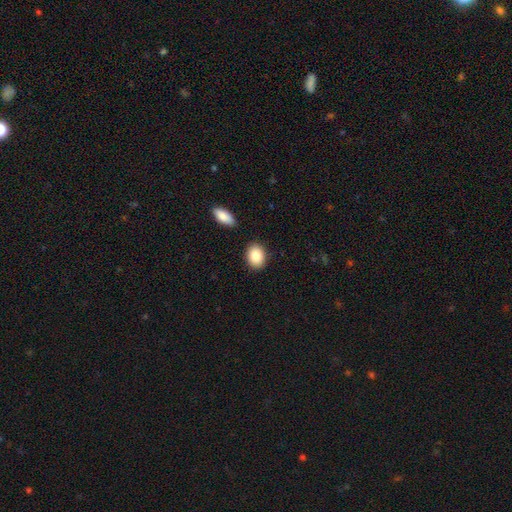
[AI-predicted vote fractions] Smooth or featured: smooth — 87% (star or artifact — 7%)
How rounded: in between — 72% (round — 27%)
Merging: none — 86% (minor disturbance — 8%)